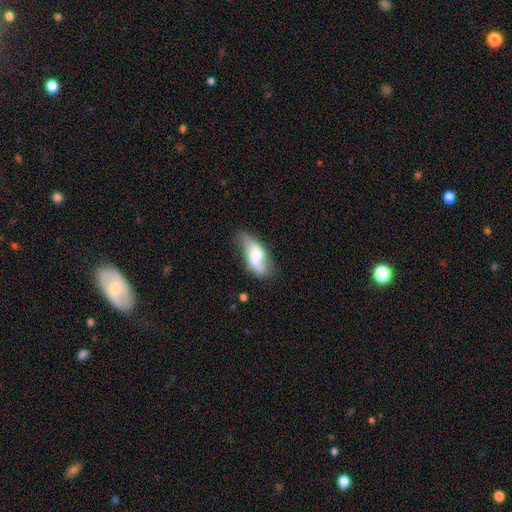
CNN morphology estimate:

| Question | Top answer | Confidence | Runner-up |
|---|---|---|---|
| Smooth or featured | featured or disk | 47% | smooth (46%) |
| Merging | none | 46% | minor disturbance (31%) |